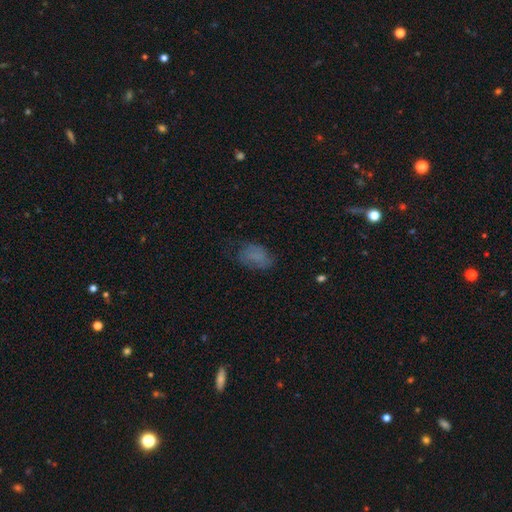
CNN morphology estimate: A smooth galaxy with no disk features (67%) that is in between round and cigar-shaped (84%).

Vote fractions:
- Smooth or featured? smooth: 67% / featured or disk: 19% / star or artifact: 14%
- How rounded? in between: 84% / round: 14% / cigar-shaped: 2%
- Merging? none: 56% / minor disturbance: 26% / major disturbance: 16% / merger: 2%